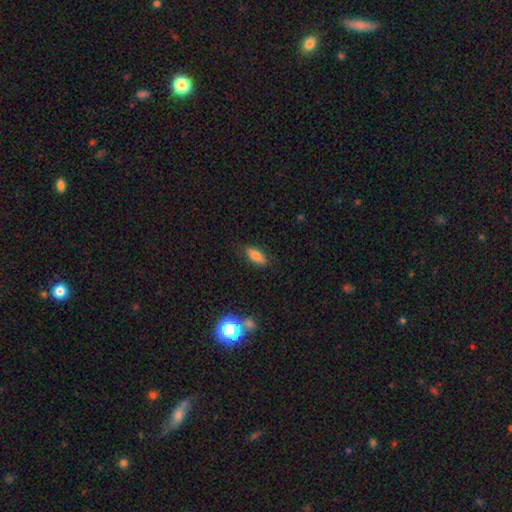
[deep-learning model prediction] Smooth or featured?
  - smooth: 76% *
  - featured or disk: 14%
  - star or artifact: 10%
How rounded?
  - in between: 80% *
  - cigar-shaped: 16%
  - round: 4%
Merging?
  - none: 83% *
  - minor disturbance: 12%
  - major disturbance: 3%
  - merger: 2%